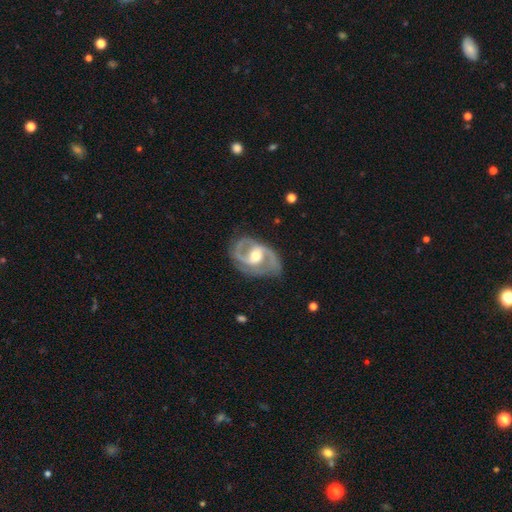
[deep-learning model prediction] A featured or disk galaxy (90%) with a weak bar (44%), 2 (89%) medium (55%) spiral arms (96%) and a moderate central bulge (73%). Merging: none (77%).